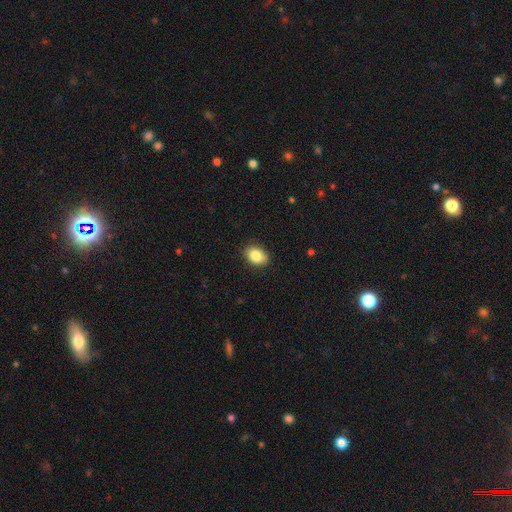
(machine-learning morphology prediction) Smooth or featured? Predicted: smooth (p=0.85). How rounded? Predicted: in between (p=0.80). Merging? Predicted: none (p=0.85).